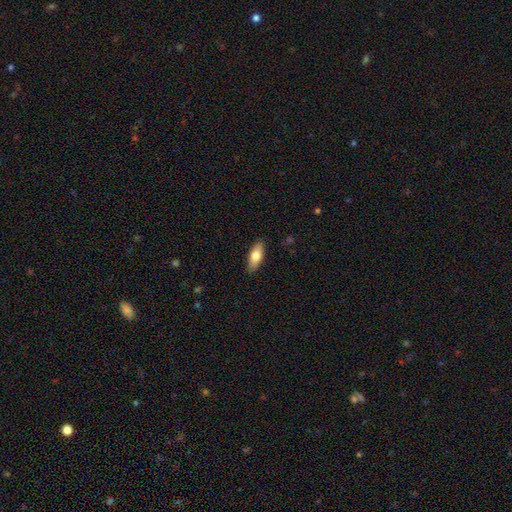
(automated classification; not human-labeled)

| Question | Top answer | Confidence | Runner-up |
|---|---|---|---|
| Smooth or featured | smooth | 75% | featured or disk (19%) |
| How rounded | in between | 73% | cigar-shaped (24%) |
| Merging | none | 88% | minor disturbance (9%) |